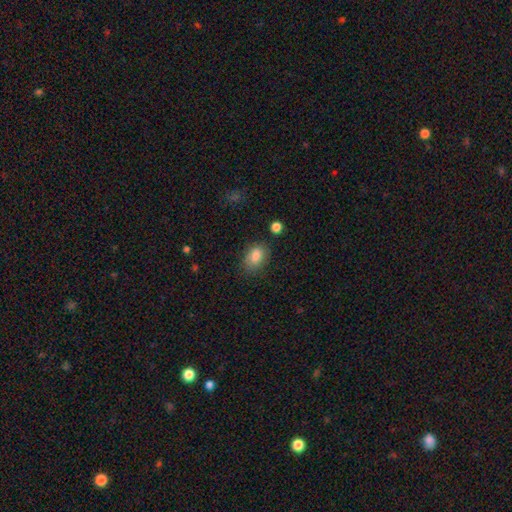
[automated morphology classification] Smooth or featured? Predicted: smooth (p=0.84). How rounded? Predicted: in between (p=0.82). Merging? Predicted: none (p=0.75).